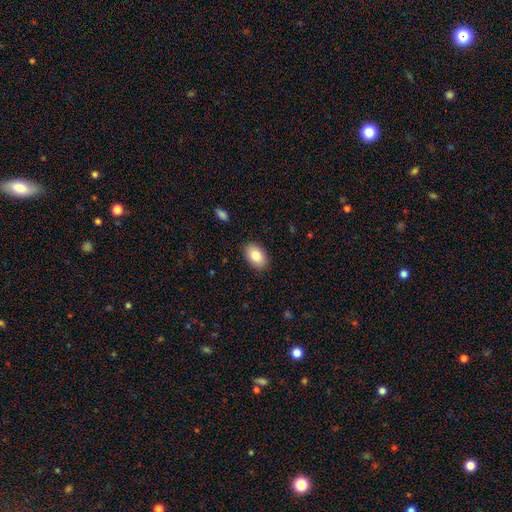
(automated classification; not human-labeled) A smooth galaxy with no disk features (84%) that is in between round and cigar-shaped (89%).

Vote fractions:
- Smooth or featured? smooth: 84% / featured or disk: 9% / star or artifact: 7%
- How rounded? in between: 89% / round: 10% / cigar-shaped: 1%
- Merging? none: 88% / minor disturbance: 9% / major disturbance: 2% / merger: 1%